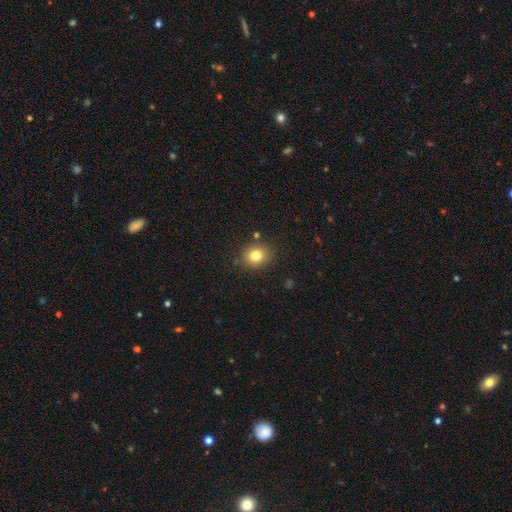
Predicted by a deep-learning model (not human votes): This appears to be a smooth galaxy with no disk features (80%) that is round (70%). Merging: none (83%).